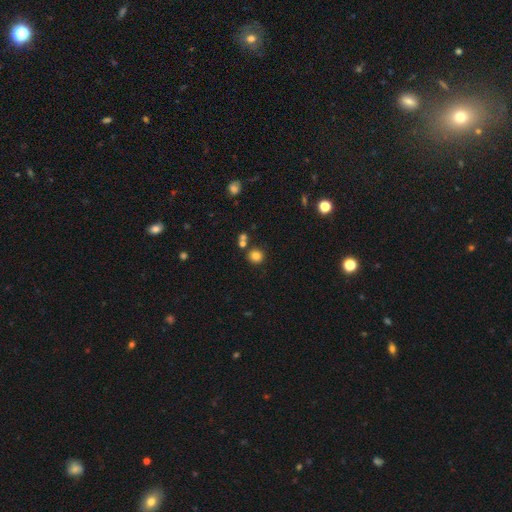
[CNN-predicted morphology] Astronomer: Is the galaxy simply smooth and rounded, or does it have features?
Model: smooth — 81%.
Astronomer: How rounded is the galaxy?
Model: round — 89%.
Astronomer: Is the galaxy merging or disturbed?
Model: none — 79%.